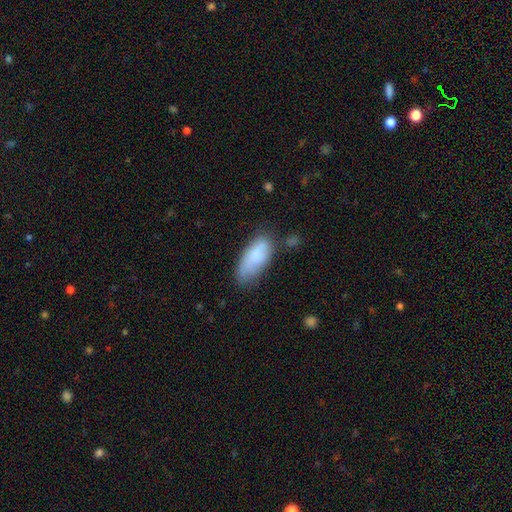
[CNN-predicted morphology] A smooth galaxy with no disk features (79%) that is in between round and cigar-shaped (85%). Merging: none (54%).